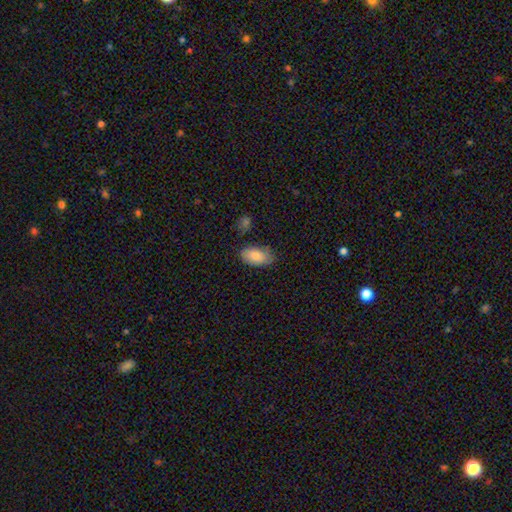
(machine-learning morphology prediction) Overall: smooth (82%). How rounded: in between (94%). Merging: none (71%).